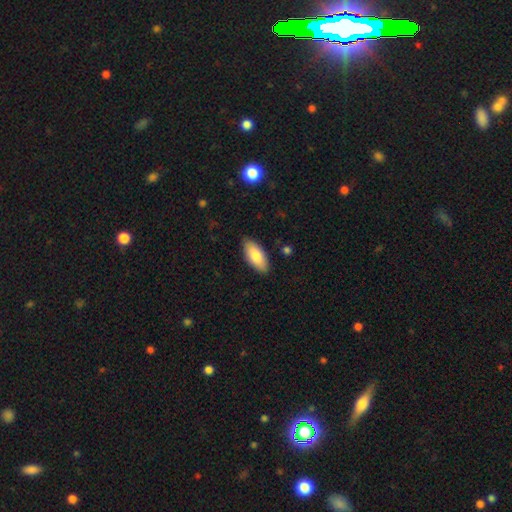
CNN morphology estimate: A smooth galaxy with no disk features (82%) that is in between round and cigar-shaped (89%). Merging: none (86%).